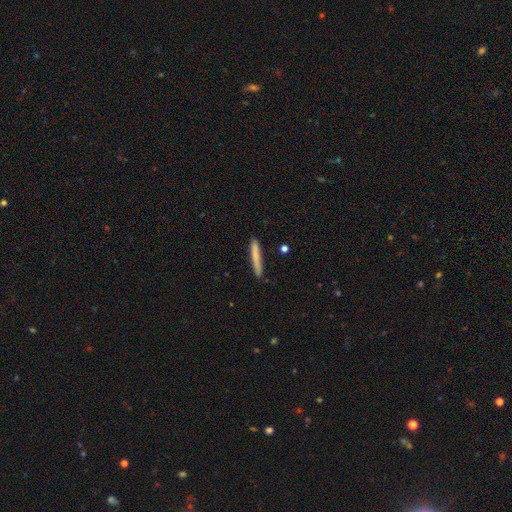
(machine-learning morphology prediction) Smooth or featured? Predicted: smooth (p=0.77). How rounded? Predicted: cigar-shaped (p=0.96). Merging? Predicted: none (p=0.87).